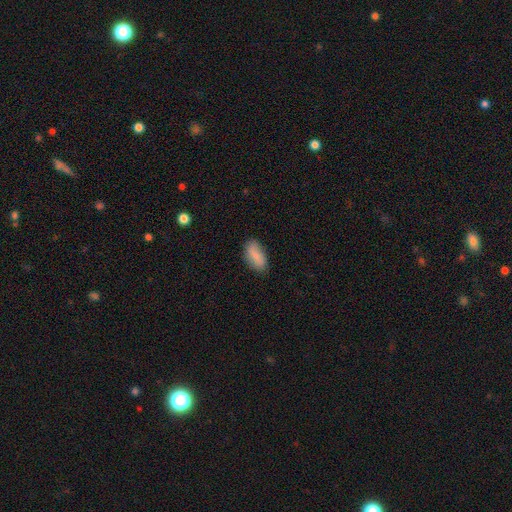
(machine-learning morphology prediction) smooth_or_featured: smooth (p=0.82) [alt: featured or disk p=0.11]
how_rounded: in between (p=0.91) [alt: cigar-shaped p=0.06]
merging: none (p=0.82) [alt: minor disturbance p=0.14]